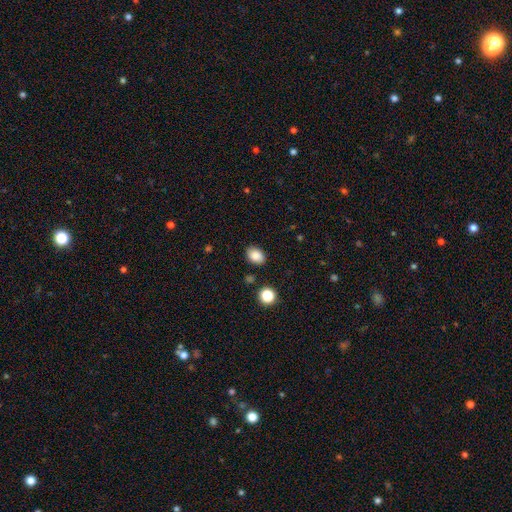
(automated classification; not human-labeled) Morphology: type=smooth (86%); roundness=in between (74%); merging=none (85%).